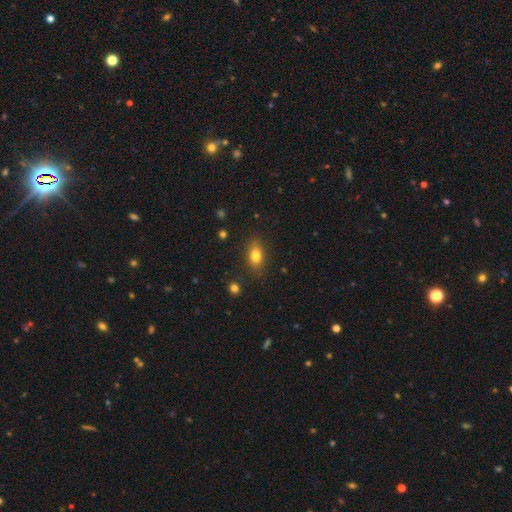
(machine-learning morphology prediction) Q: Smooth or featured?
A: smooth (81%); runner-up: star or artifact (10%)
Q: How rounded?
A: in between (80%); runner-up: round (15%)
Q: Merging?
A: none (84%); runner-up: minor disturbance (12%)